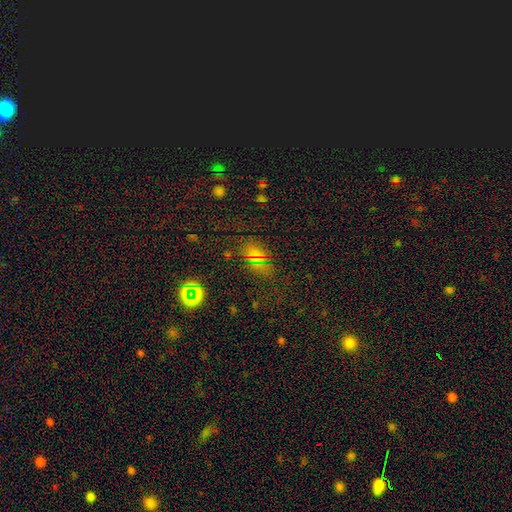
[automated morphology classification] This appears to be a smooth galaxy with no disk features (46%). Merging: none (73%).